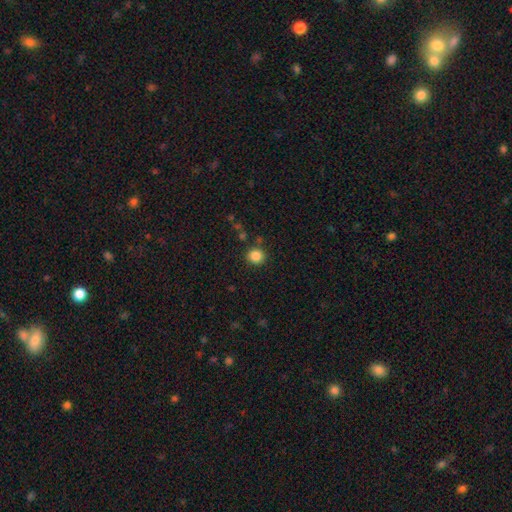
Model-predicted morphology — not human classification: Smooth or featured? smooth (85%)
How rounded? round (90%)
Merging? none (87%)